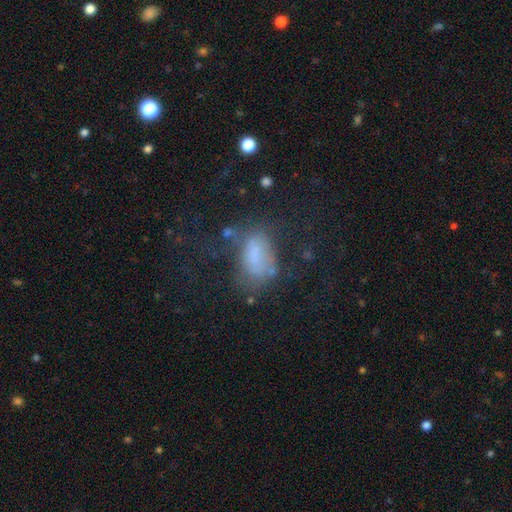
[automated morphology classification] Q: Smooth or featured?
A: smooth (62%); runner-up: featured or disk (21%)
Q: How rounded?
A: in between (88%); runner-up: round (8%)
Q: Merging?
A: none (37%); runner-up: major disturbance (30%)